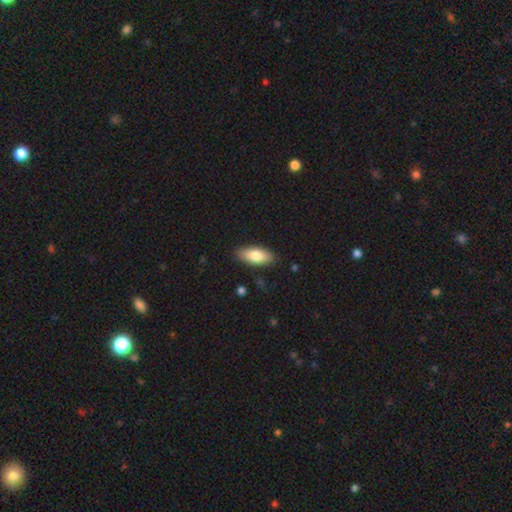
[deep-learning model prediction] Overall: smooth (80%). How rounded: in between (84%). Merging: none (86%).